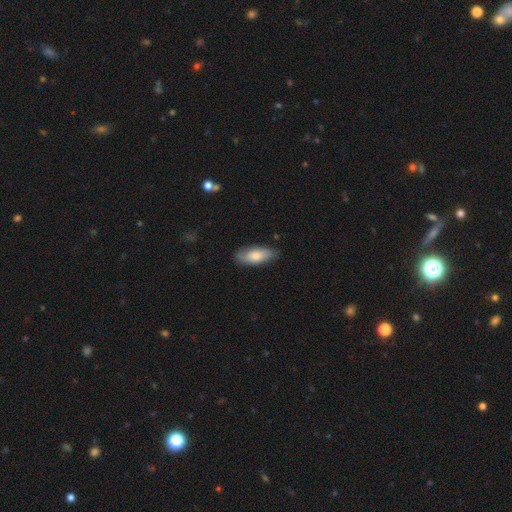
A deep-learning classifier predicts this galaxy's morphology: smooth_or_featured: smooth (p=0.71) [alt: featured or disk p=0.23]
how_rounded: in between (p=0.83) [alt: cigar-shaped p=0.15]
merging: none (p=0.77) [alt: minor disturbance p=0.18]